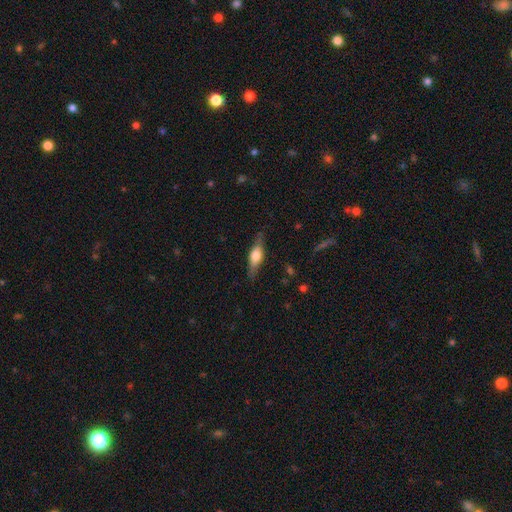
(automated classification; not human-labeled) Smooth or featured? smooth (50%)
Merging? none (79%)